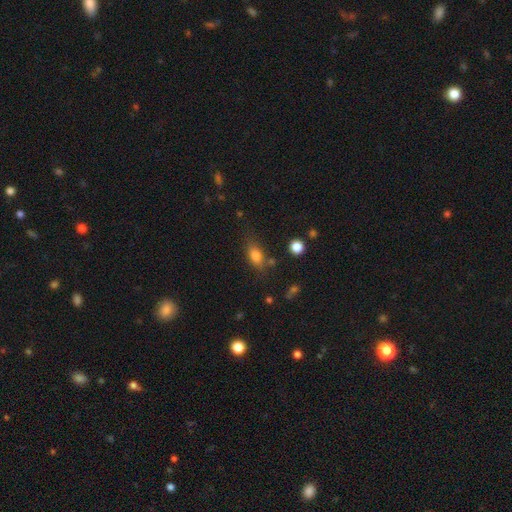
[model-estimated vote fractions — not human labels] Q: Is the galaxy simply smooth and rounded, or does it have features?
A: smooth — 79%.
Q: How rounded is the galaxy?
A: in between — 78%.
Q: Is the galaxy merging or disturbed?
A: none — 68%.